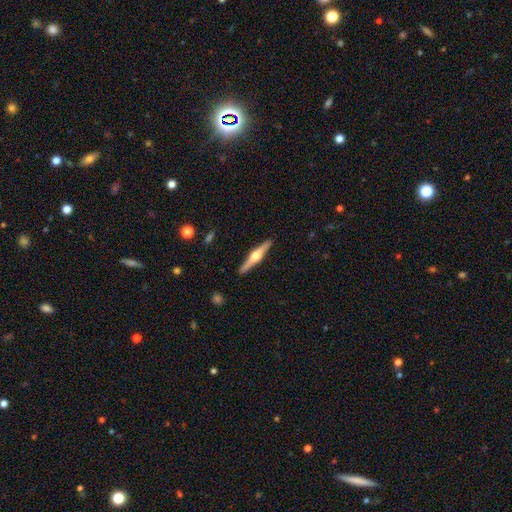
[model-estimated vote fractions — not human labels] A featured or disk galaxy (74%) viewed edge-on (98%) with a rounded central bulge (94%).

Vote fractions:
- Smooth or featured? featured or disk: 74% / smooth: 22% / star or artifact: 5%
- Edge-on disk? yes: 98% / no: 2%
- Edge-on bulge? rounded: 94% / boxy: 4% / none: 2%
- Merging? none: 91% / minor disturbance: 7% / major disturbance: 1% / merger: 1%